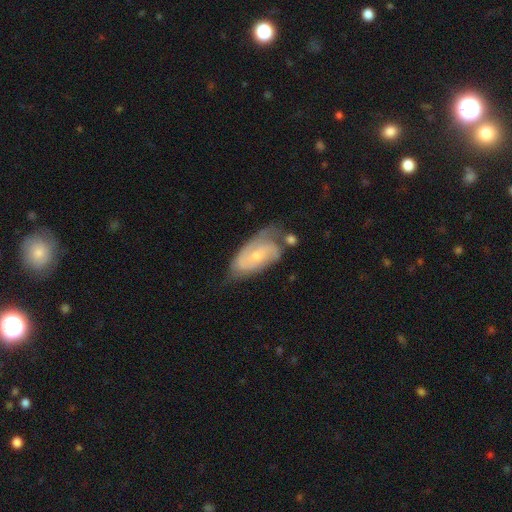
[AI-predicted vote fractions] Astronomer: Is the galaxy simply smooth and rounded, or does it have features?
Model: featured or disk — 72%.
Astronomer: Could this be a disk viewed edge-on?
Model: no — 95%.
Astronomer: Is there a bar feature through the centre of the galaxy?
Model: no — 64%.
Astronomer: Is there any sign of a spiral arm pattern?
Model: yes — 89%.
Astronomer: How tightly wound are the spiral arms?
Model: tight — 48% (runner-up: medium, 38%).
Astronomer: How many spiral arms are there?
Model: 2 — 56%.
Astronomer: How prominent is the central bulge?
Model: small — 63%.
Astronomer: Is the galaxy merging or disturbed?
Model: none — 45% (runner-up: minor disturbance, 30%).